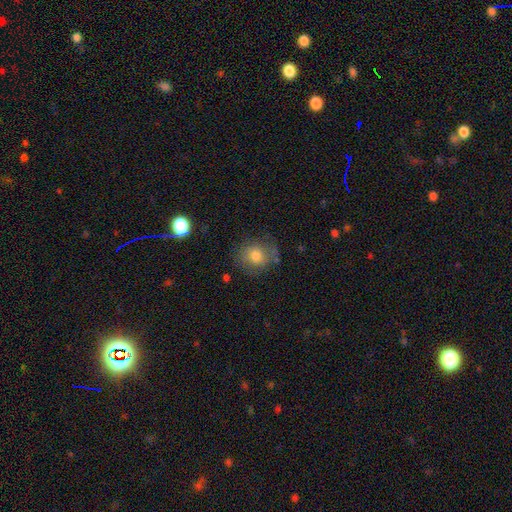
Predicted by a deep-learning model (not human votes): This is likely a smooth galaxy (71%). How rounded: likely round (79%). Merging: likely none (71%).